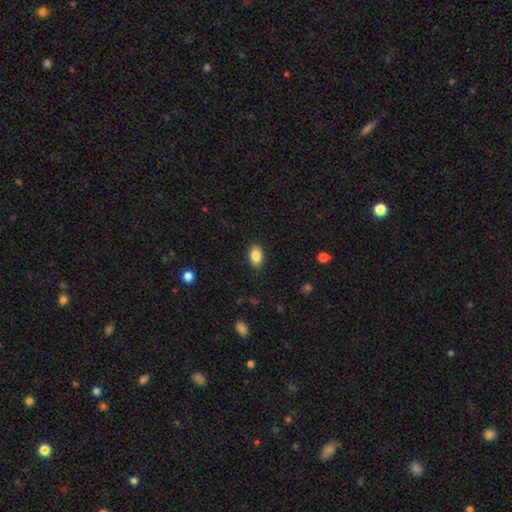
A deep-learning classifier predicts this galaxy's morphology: This appears to be a smooth galaxy with no disk features (86%) that is in between round and cigar-shaped (86%). Merging: none (88%).